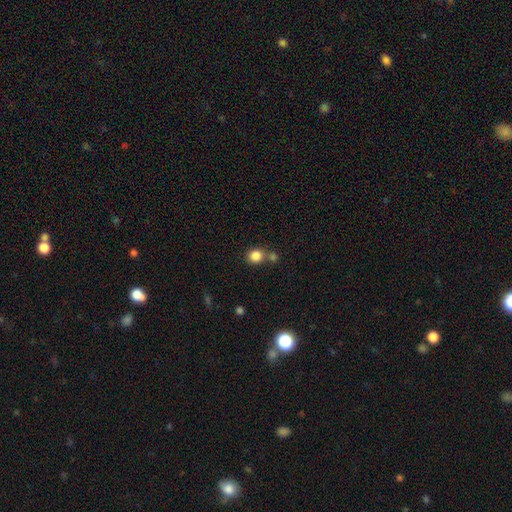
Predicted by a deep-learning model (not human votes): smooth-or-featured: smooth: 84% | star or artifact: 11% | featured or disk: 5%
  how-rounded: round: 83% | in between: 16% | cigar-shaped: 1%
  merging: none: 62% | merger: 25% | minor disturbance: 10% | major disturbance: 3%